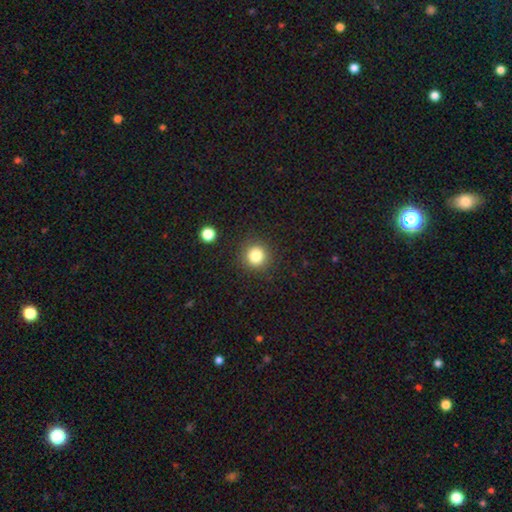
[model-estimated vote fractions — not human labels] Overall: smooth (82%). How rounded: round (94%). Merging: none (89%).